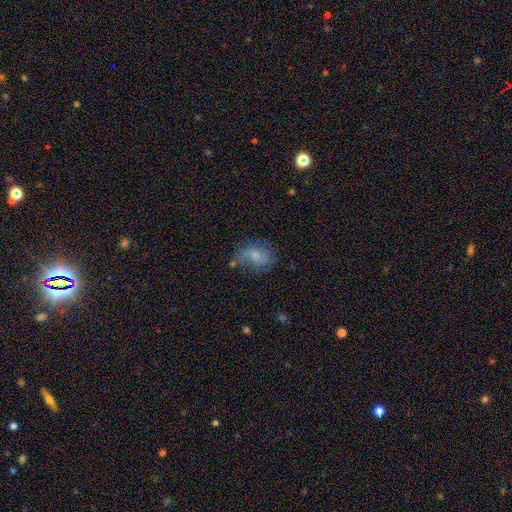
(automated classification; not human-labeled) This is possibly a smooth galaxy (57%). How rounded: likely in between (70%). Merging: possibly none (47%).